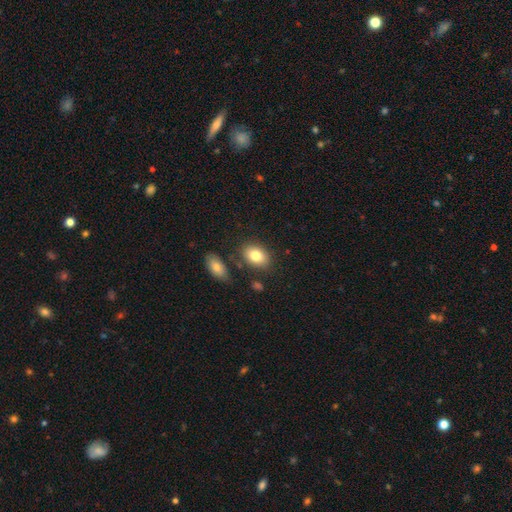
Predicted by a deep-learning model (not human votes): This appears to be a smooth galaxy with no disk features (81%) that is in between round and cigar-shaped (80%). Merging: none (78%).